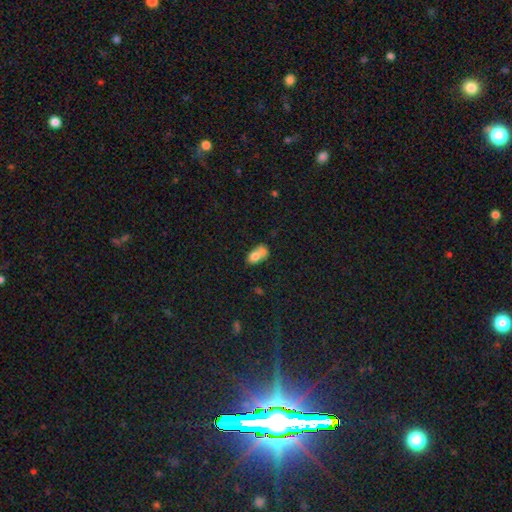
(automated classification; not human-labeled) A smooth galaxy with no disk features (72%) that is in between round and cigar-shaped (74%). Merging: merger (63%).